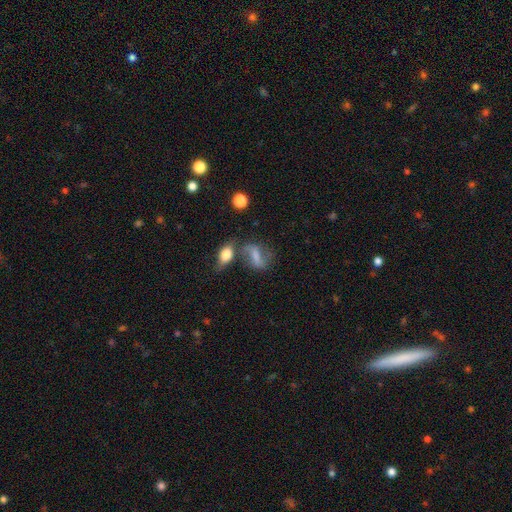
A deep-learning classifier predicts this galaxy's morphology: A smooth galaxy with no disk features (47%). Merging: none (46%).